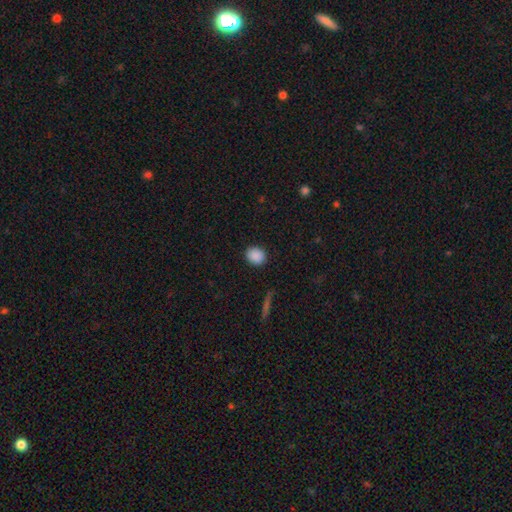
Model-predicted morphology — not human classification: This is clearly a smooth galaxy (89%). How rounded: likely round (63%). Merging: clearly none (90%).